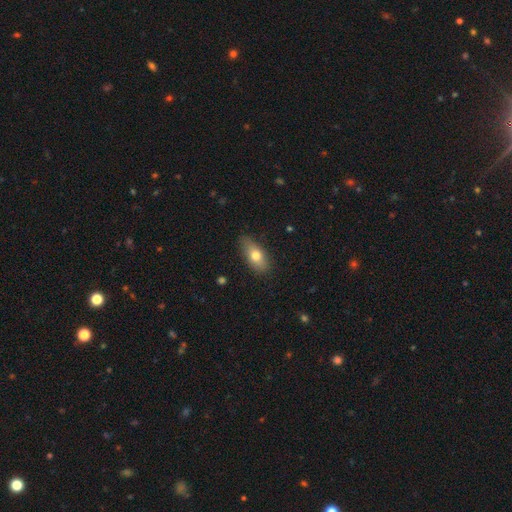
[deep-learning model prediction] Smooth or featured?
  - smooth: 73% *
  - featured or disk: 20%
  - star or artifact: 7%
How rounded?
  - in between: 81% *
  - cigar-shaped: 14%
  - round: 5%
Merging?
  - none: 79% *
  - minor disturbance: 16%
  - major disturbance: 3%
  - merger: 1%